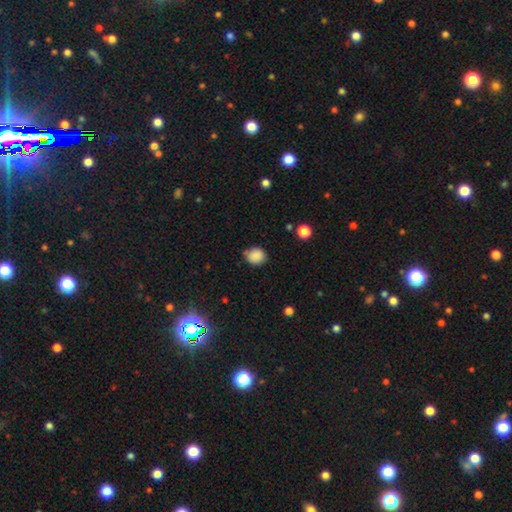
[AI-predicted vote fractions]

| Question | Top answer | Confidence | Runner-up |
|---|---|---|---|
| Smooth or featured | smooth | 86% | star or artifact (10%) |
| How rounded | round | 80% | in between (19%) |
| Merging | none | 74% | minor disturbance (18%) |